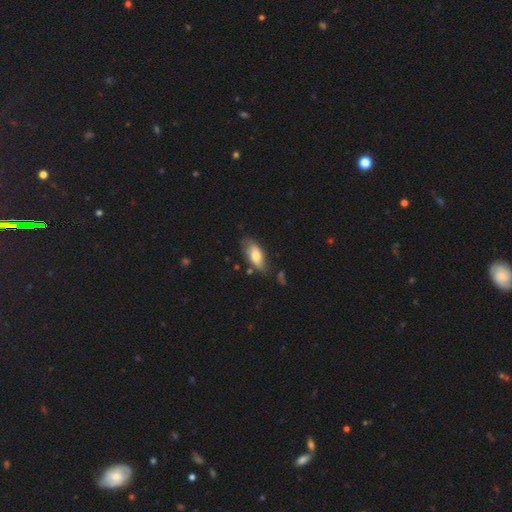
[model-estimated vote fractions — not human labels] Smooth or featured: smooth — 67% (featured or disk — 26%)
How rounded: in between — 87% (cigar-shaped — 10%)
Merging: none — 64% (minor disturbance — 25%)